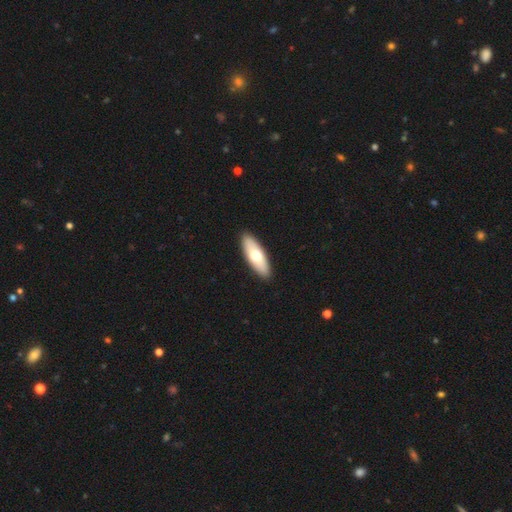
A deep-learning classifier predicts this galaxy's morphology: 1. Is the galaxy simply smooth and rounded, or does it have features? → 63% smooth, 32% featured or disk, 5% star or artifact.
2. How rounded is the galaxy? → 65% in between, 32% cigar-shaped, 2% round.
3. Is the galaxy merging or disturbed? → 91% none, 7% minor disturbance, 2% major disturbance, 1% merger.